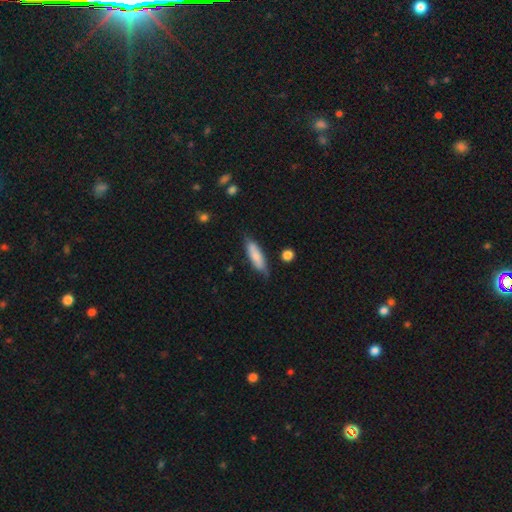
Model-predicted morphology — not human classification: This is likely a smooth galaxy (74%). How rounded: possibly cigar-shaped (55%). Merging: likely none (72%).